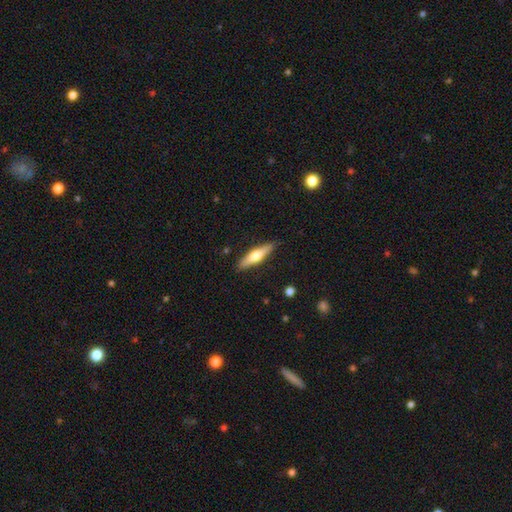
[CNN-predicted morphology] type=featured or disk (53%); edge-on=yes (95%); edge-on bulge=rounded (93%); merging=none (89%).